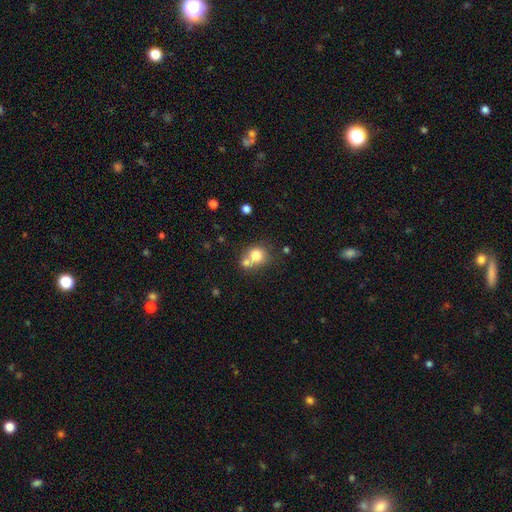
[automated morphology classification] Overall: smooth (77%). How rounded: round (81%). Merging: merger (45%; none 44%).